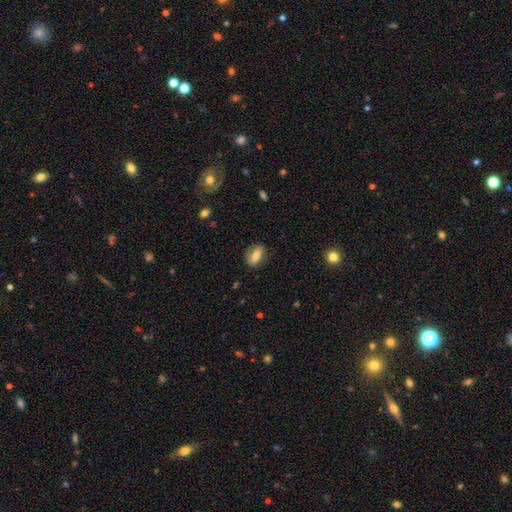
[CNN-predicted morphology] smooth-or-featured: smooth: 62% | featured or disk: 31% | star or artifact: 8%
  how-rounded: in between: 80% | round: 13% | cigar-shaped: 8%
  merging: none: 80% | minor disturbance: 14% | major disturbance: 4% | merger: 1%